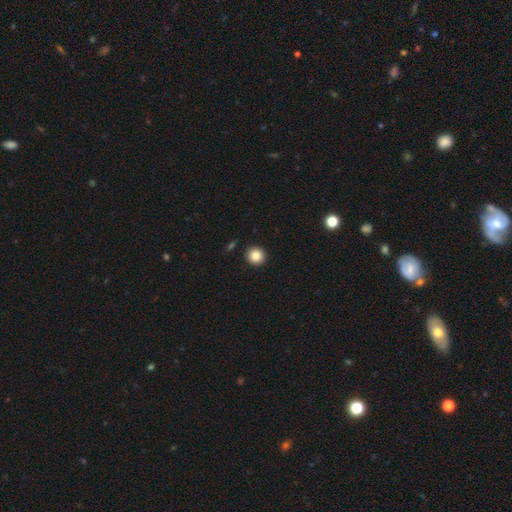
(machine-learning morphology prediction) Smooth or featured?
  - smooth: 85% *
  - star or artifact: 10%
  - featured or disk: 5%
How rounded?
  - round: 93% *
  - in between: 6%
  - cigar-shaped: 1%
Merging?
  - none: 92% *
  - minor disturbance: 5%
  - major disturbance: 2%
  - merger: 1%